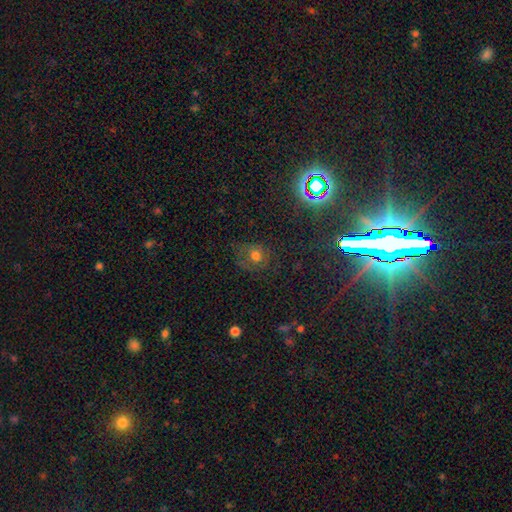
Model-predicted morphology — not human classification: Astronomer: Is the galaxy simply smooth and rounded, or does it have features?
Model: smooth — 54%.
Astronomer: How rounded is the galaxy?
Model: round — 73%.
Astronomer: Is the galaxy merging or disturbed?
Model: none — 64%.